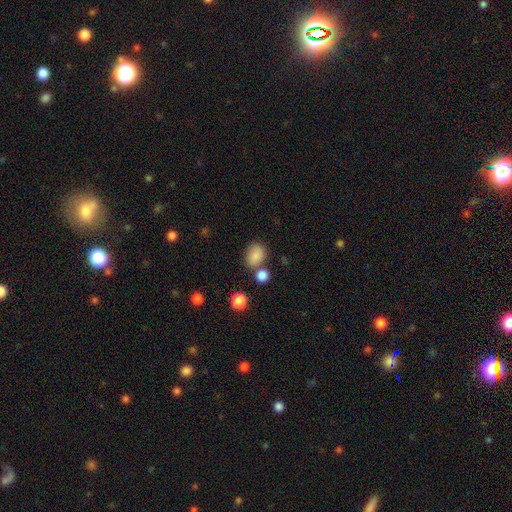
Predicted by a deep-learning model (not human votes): The model was most divided on "how rounded": in between: 63%, round: 36%, cigar-shaped: 1%. More confident: smooth or featured — smooth (84%); merging — none (64%).